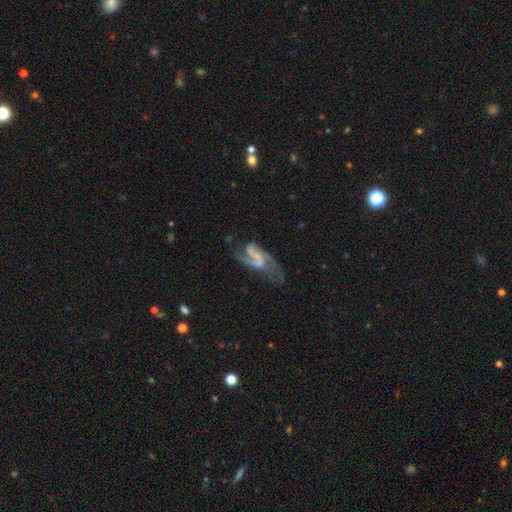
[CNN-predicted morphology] A featured or disk galaxy (82%) with a weak bar (42%), 2 (79%) loose (43%, tied with medium) spiral arms (90%) and a small central bulge (47%).

Vote fractions:
- Smooth or featured? featured or disk: 82% / smooth: 11% / star or artifact: 8%
- Edge-on disk? no: 96% / yes: 4%
- Bar? weak: 42% / no: 41% / strong: 17%
- Spiral arms? yes: 90% / no: 10%
- Spiral winding? loose: 43% (tied) / medium: 43% (tied) / tight: 14%
- Spiral arm count? 2: 79% / 1: 7% / can't tell: 7% / 3: 4% / 4: 2% / more than 4: 2%
- Bulge size? small: 47% / none: 34% / moderate: 15% / large: 2% / dominant: 1%
- Merging? none: 42% / major disturbance: 29% / minor disturbance: 21% / merger: 8%